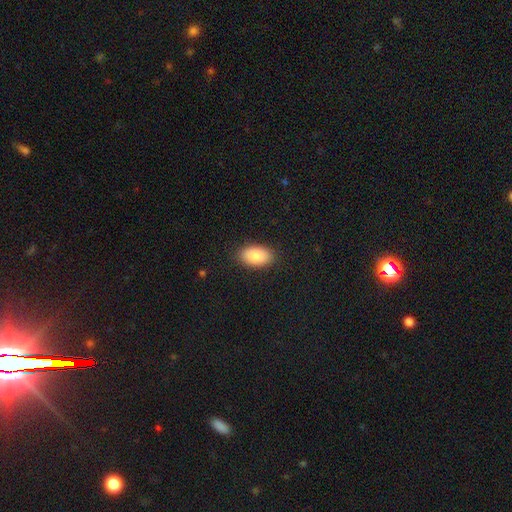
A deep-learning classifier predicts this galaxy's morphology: smooth-or-featured: smooth: 86% | featured or disk: 7% | star or artifact: 7%
  how-rounded: in between: 93% | round: 5% | cigar-shaped: 1%
  merging: none: 88% | minor disturbance: 9% | major disturbance: 2% | merger: 1%